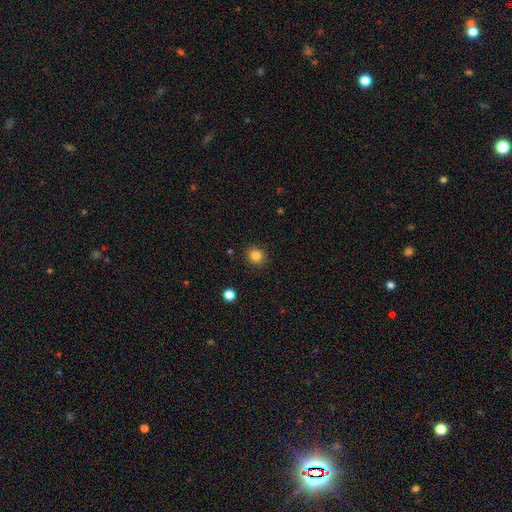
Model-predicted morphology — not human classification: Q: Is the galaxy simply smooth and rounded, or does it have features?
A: smooth — 83%.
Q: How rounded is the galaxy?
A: round — 89%.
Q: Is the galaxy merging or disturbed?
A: none — 91%.